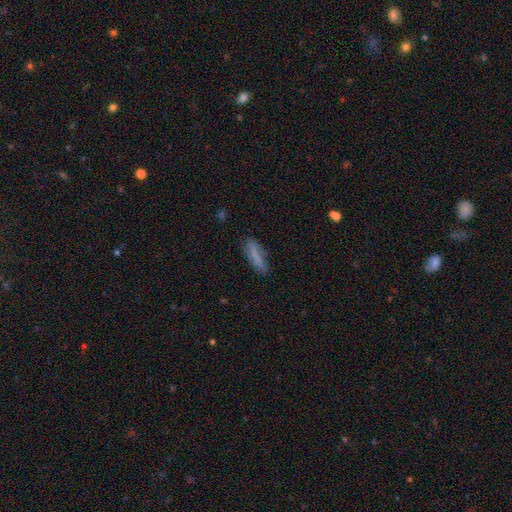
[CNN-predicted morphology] This appears to be a smooth galaxy with no disk features (74%) that is cigar-shaped (70%). Merging: none (65%).